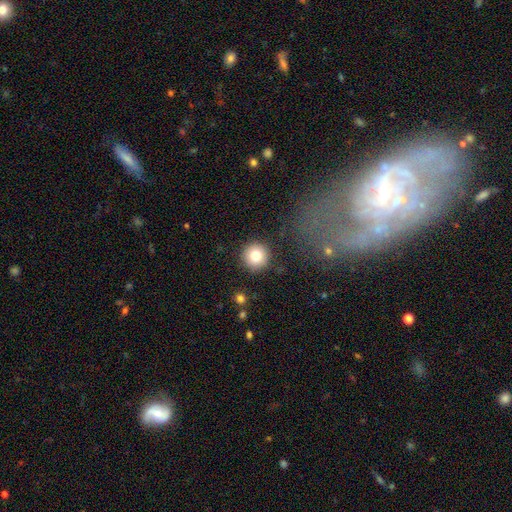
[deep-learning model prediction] This is clearly a smooth galaxy (80%). How rounded: clearly round (95%). Merging: clearly none (90%).